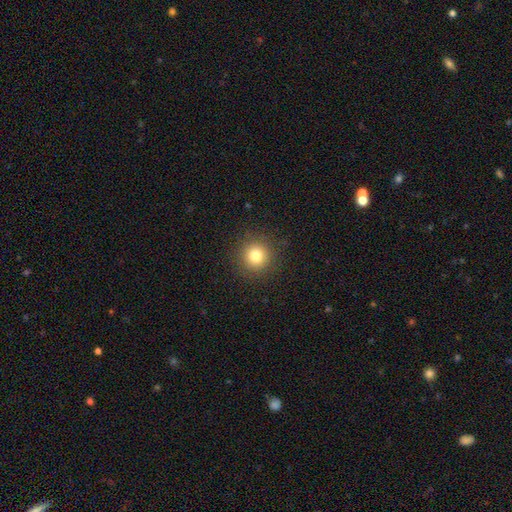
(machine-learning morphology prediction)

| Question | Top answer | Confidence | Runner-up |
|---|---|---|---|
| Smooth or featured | smooth | 80% | star or artifact (13%) |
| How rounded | round | 94% | in between (5%) |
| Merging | none | 90% | minor disturbance (6%) |